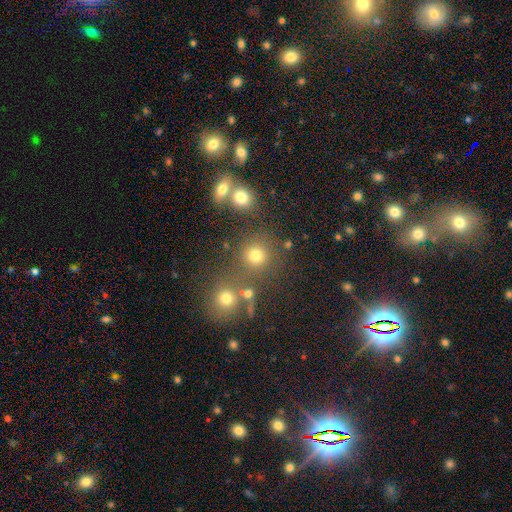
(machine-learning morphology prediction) type=smooth (74%); roundness=round (88%); merging=none (72%).